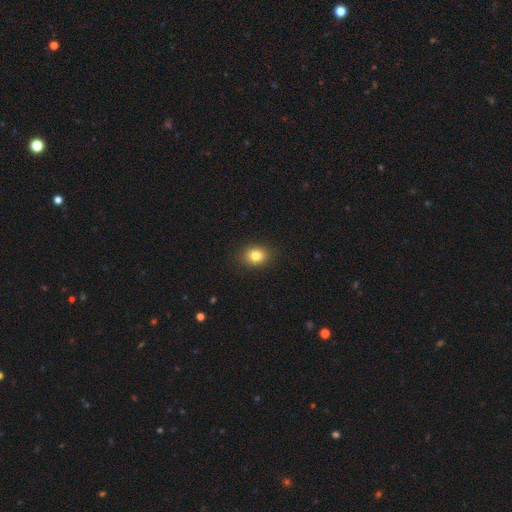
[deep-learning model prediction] Q: Smooth or featured?
A: smooth (82%); runner-up: star or artifact (11%)
Q: How rounded?
A: round (50%); runner-up: in between (49%)
Q: Merging?
A: none (89%); runner-up: minor disturbance (8%)